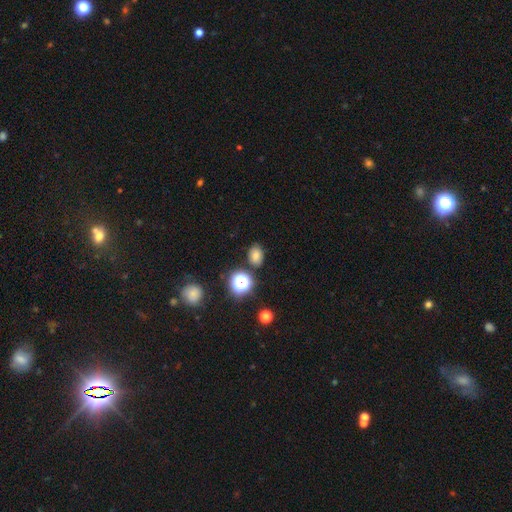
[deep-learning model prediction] Smooth or featured? Predicted: smooth (p=0.73). How rounded? Predicted: in between (p=0.65). Merging? Predicted: none (p=0.80).